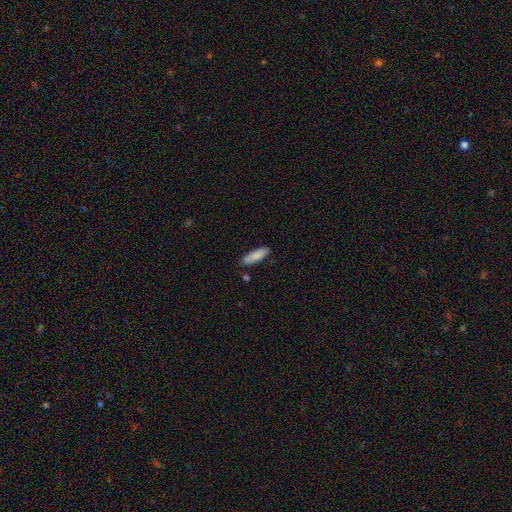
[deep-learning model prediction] Overall: smooth (87%). How rounded: cigar-shaped (54%; in between 44%). Merging: none (84%).